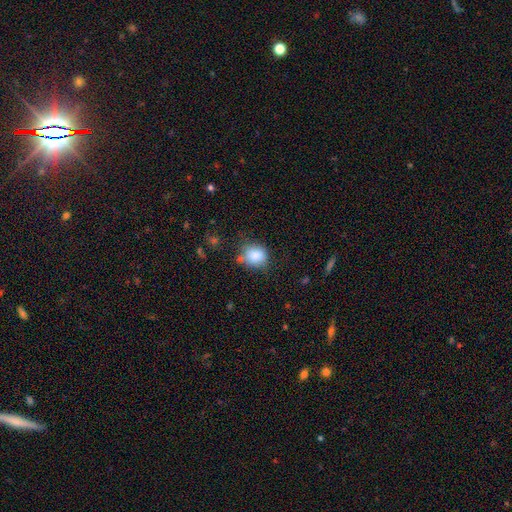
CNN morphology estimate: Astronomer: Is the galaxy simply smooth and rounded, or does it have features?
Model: smooth — 84%.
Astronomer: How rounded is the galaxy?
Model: round — 68%.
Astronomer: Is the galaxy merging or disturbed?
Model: none — 62%.